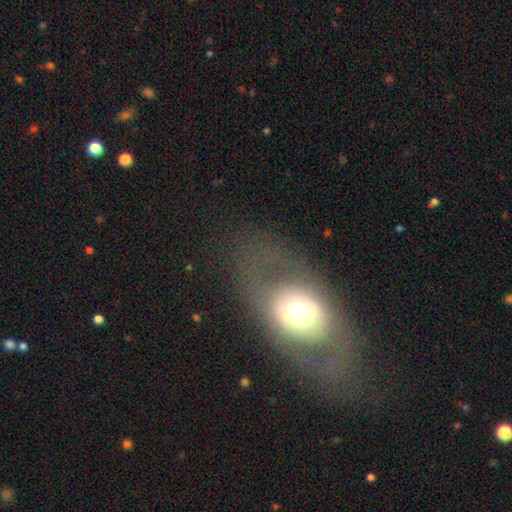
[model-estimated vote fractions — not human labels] smooth-or-featured: featured or disk: 58% | smooth: 32% | star or artifact: 10%
  disk-edge-on: no: 88% | yes: 12%
    bar: no: 74% | weak: 17% | strong: 10%
    has-spiral-arms: no: 74% | yes: 26%
    bulge-size: moderate: 51% | large: 28% | small: 12% | dominant: 7% | none: 1%
  merging: none: 78% | minor disturbance: 11% | major disturbance: 10% | merger: 1%